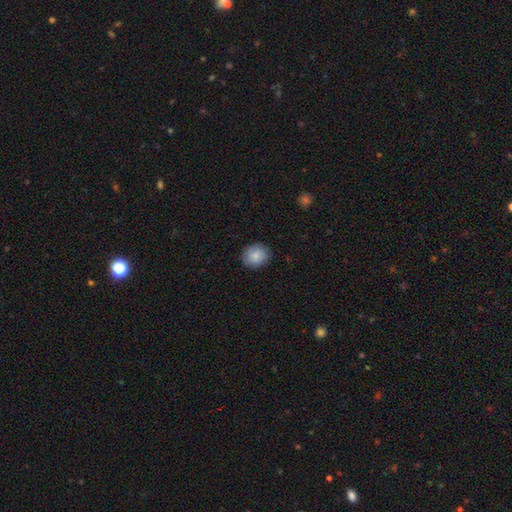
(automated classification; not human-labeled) A smooth galaxy with no disk features (83%) that is round (74%).

Vote fractions:
- Smooth or featured? smooth: 83% / featured or disk: 9% / star or artifact: 8%
- How rounded? round: 74% / in between: 26% / cigar-shaped: 1%
- Merging? none: 86% / minor disturbance: 11% / major disturbance: 2% / merger: 1%